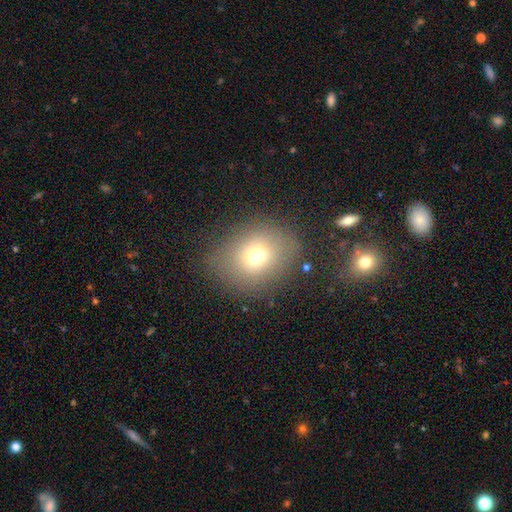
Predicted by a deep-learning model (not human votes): Q: Smooth or featured?
A: smooth (70%); runner-up: star or artifact (15%)
Q: How rounded?
A: round (58%); runner-up: in between (41%)
Q: Merging?
A: none (78%); runner-up: minor disturbance (13%)